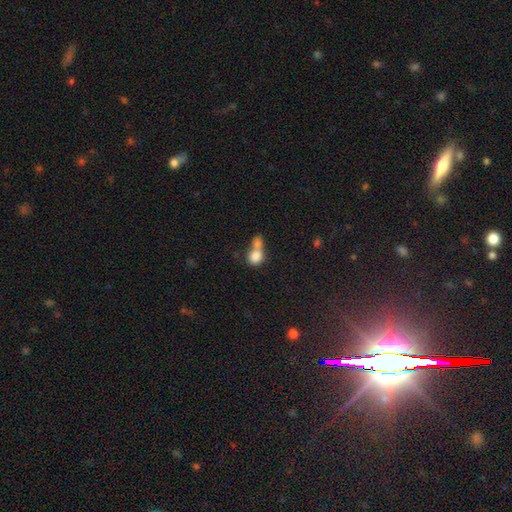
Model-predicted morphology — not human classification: This is clearly a smooth galaxy (81%). How rounded: possibly round (59%). Merging: likely merger (66%).